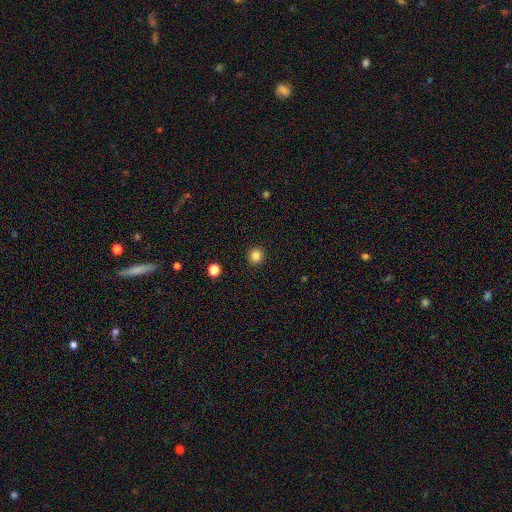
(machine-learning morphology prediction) type=smooth (84%); roundness=round (92%); merging=none (93%).